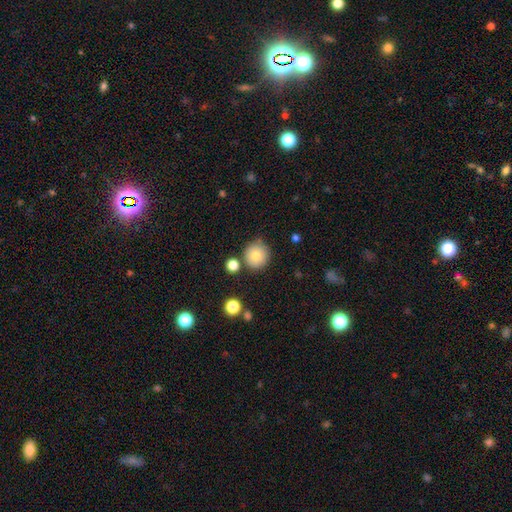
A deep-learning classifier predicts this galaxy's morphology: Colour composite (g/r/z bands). It shows a smooth galaxy with no disk features (78%) that is round (93%). Merging: none (81%).